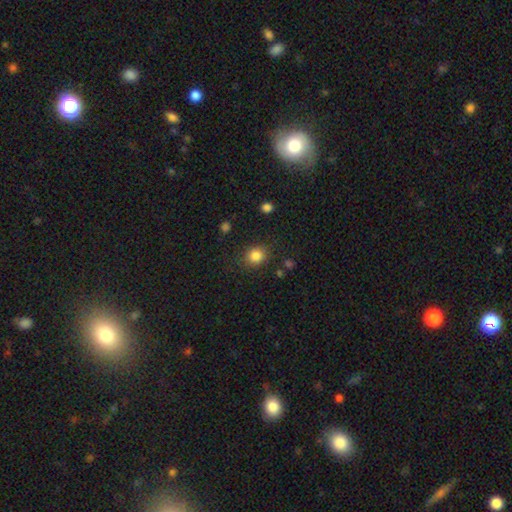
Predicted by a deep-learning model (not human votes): The model was most divided on "how rounded": round: 75%, in between: 24%, cigar-shaped: 1%. More confident: smooth or featured — smooth (84%); merging — none (83%).